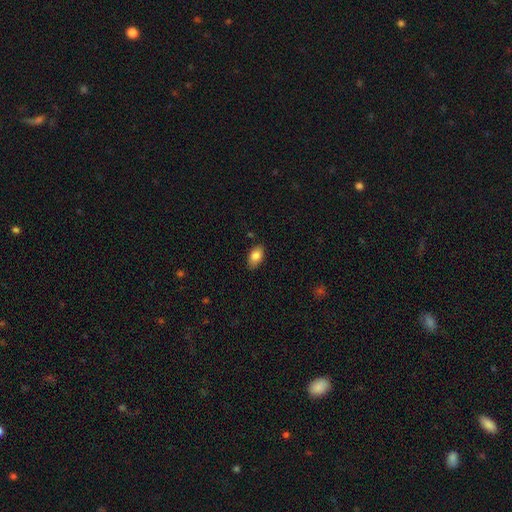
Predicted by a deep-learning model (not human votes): Morphology: type=smooth (84%); roundness=in between (92%); merging=none (85%).